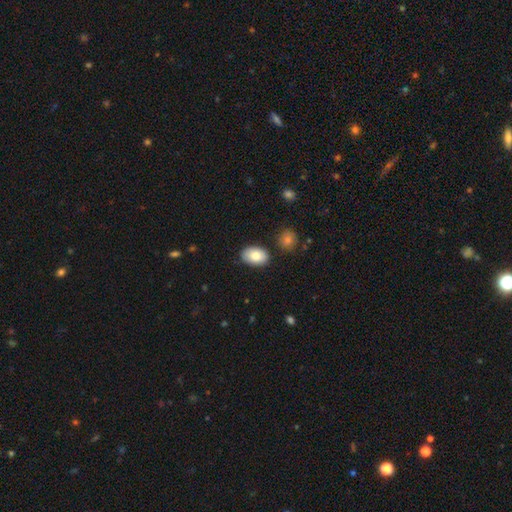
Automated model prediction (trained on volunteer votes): Smooth or featured?
  - smooth: 82% *
  - featured or disk: 11%
  - star or artifact: 7%
How rounded?
  - in between: 90% *
  - round: 8%
  - cigar-shaped: 1%
Merging?
  - none: 83% *
  - minor disturbance: 11%
  - merger: 4%
  - major disturbance: 2%